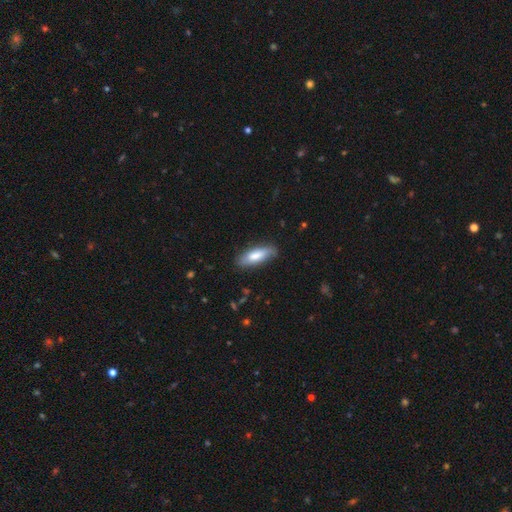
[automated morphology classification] smooth 74%, featured or disk 20%, star or artifact 6%. Down the decision tree: how rounded — in between (62%); merging — none (79%).